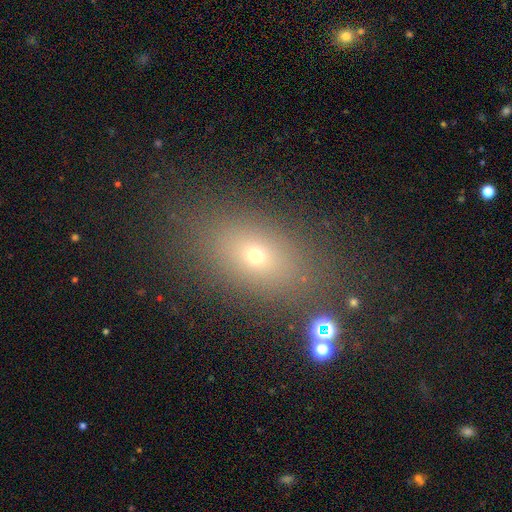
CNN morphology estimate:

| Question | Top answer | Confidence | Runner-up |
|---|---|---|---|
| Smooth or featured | smooth | 65% | star or artifact (20%) |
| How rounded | in between | 75% | round (22%) |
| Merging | none | 77% | minor disturbance (12%) |